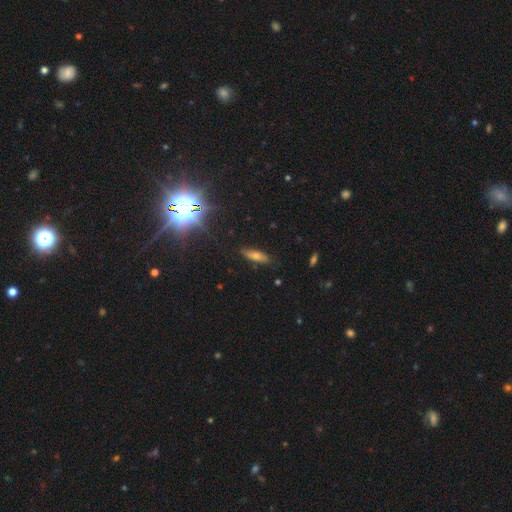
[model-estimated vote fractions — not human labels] smooth_or_featured: smooth (p=0.41) [alt: star or artifact p=0.32]
merging: none (p=0.84) [alt: minor disturbance p=0.12]